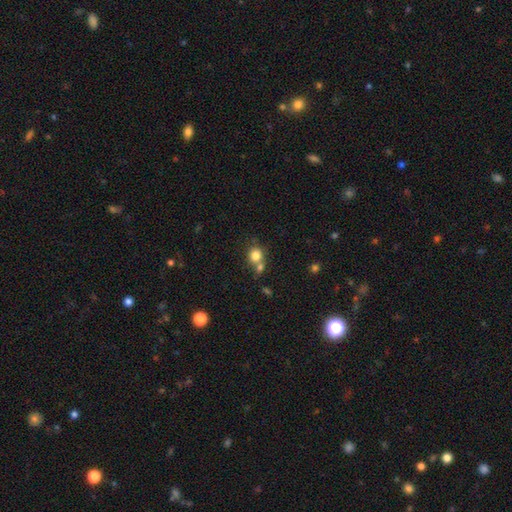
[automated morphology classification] This is clearly a smooth galaxy (81%). How rounded: clearly round (82%). Merging: possibly none (51%).